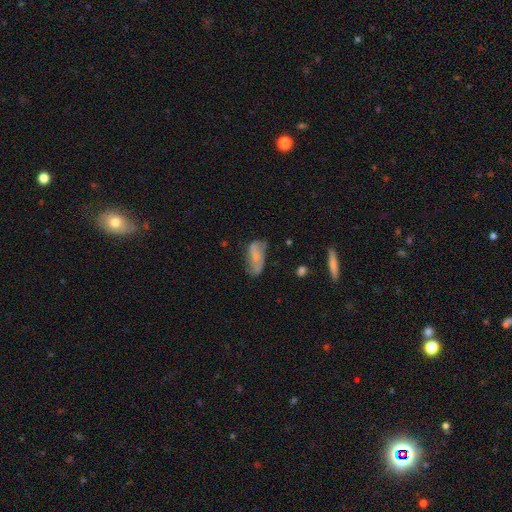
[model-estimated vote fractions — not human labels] Overall: smooth (47%; featured or disk 45%). Merging: none (52%; minor disturbance 32%).